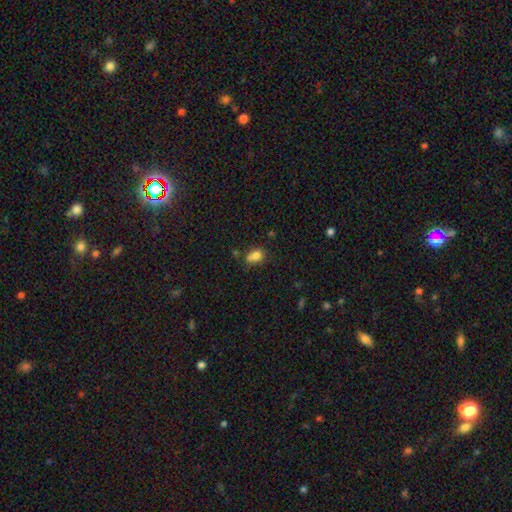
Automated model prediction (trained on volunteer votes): Smooth or featured? Predicted: smooth (p=0.76). How rounded? Predicted: in between (p=0.50). Merging? Predicted: none (p=0.43).